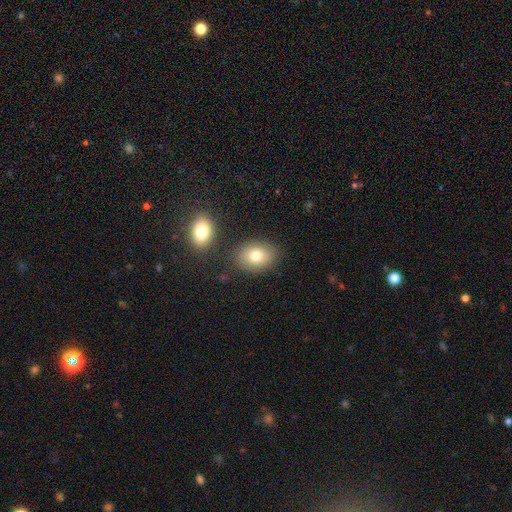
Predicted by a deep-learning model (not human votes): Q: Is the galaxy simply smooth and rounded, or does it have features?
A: smooth — 78%.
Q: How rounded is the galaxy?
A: in between — 70%.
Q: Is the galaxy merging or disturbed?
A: none — 80%.